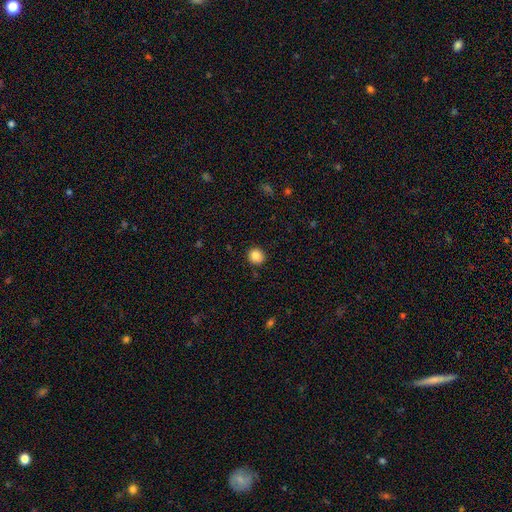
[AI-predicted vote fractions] A smooth galaxy with no disk features (87%) that is round (90%). Merging: none (89%).